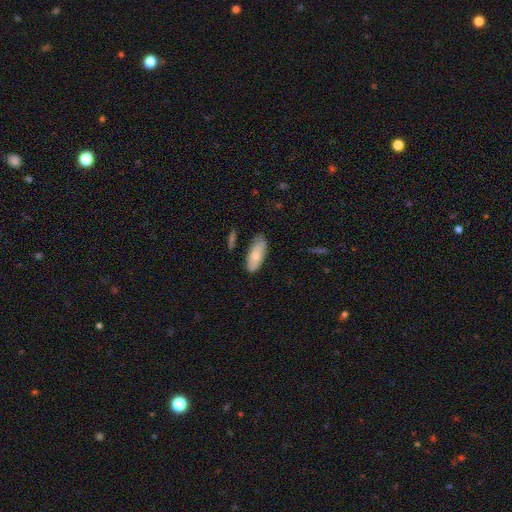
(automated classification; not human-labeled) smooth 69%, featured or disk 25%, star or artifact 6%. Down the decision tree: how rounded — in between (82%); merging — none (73%).